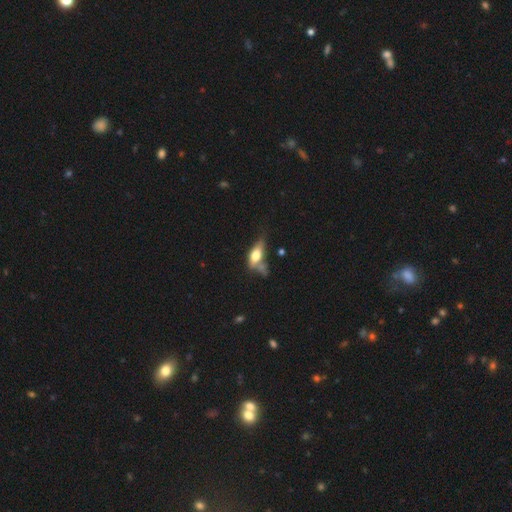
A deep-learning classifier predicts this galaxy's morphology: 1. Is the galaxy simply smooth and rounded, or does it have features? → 57% smooth, 34% featured or disk, 9% star or artifact.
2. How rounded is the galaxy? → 72% in between, 23% cigar-shaped, 6% round.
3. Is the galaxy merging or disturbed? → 34% none, 24% minor disturbance, 22% merger, 20% major disturbance.